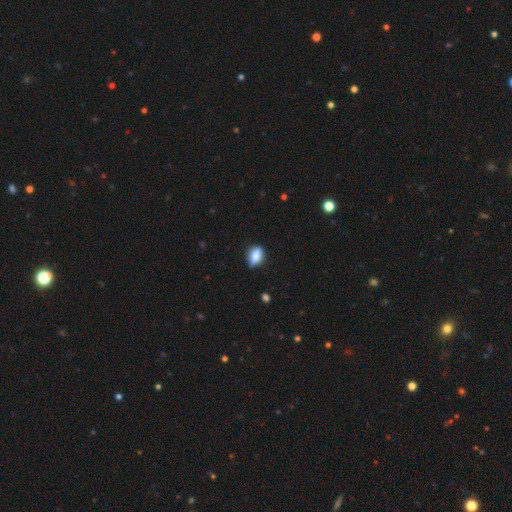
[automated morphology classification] Smooth or featured?
  - smooth: 81% *
  - featured or disk: 11%
  - star or artifact: 8%
How rounded?
  - in between: 73% *
  - round: 24%
  - cigar-shaped: 3%
Merging?
  - none: 63% *
  - minor disturbance: 31%
  - major disturbance: 5%
  - merger: 2%